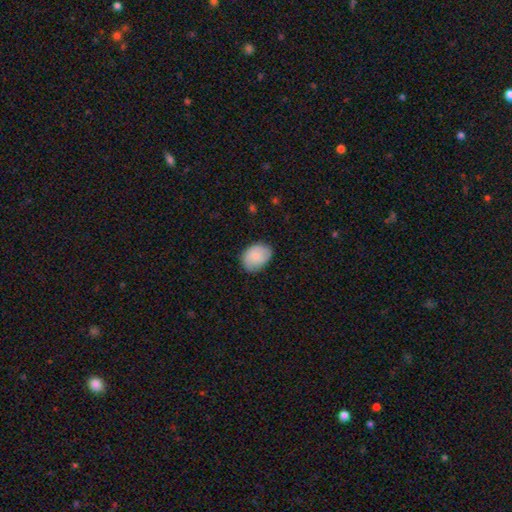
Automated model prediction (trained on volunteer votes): This is clearly a smooth galaxy (83%). How rounded: likely in between (73%). Merging: likely none (76%).